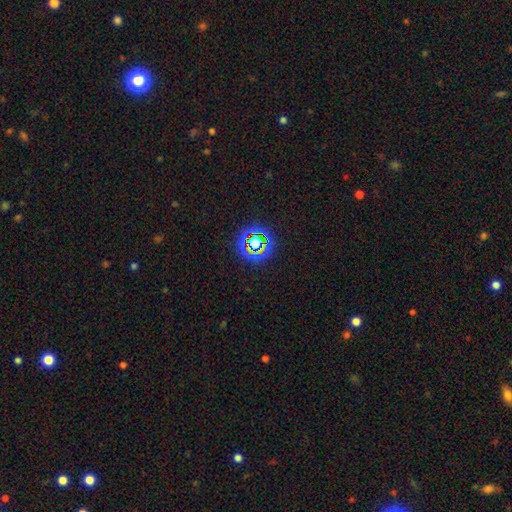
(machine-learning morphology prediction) type=star or artifact (75%).